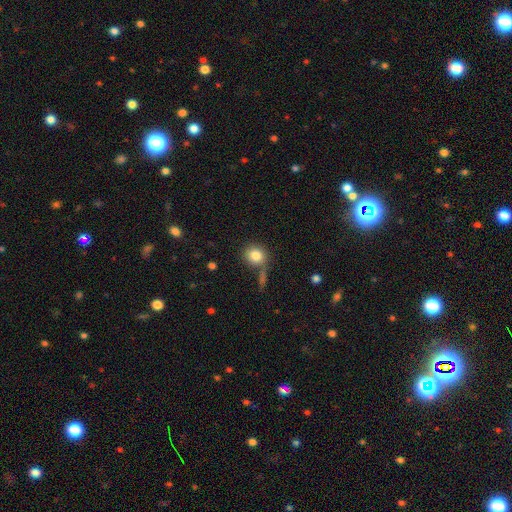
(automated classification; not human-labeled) Morphology: type=smooth (82%); roundness=round (84%); merging=none (69%).